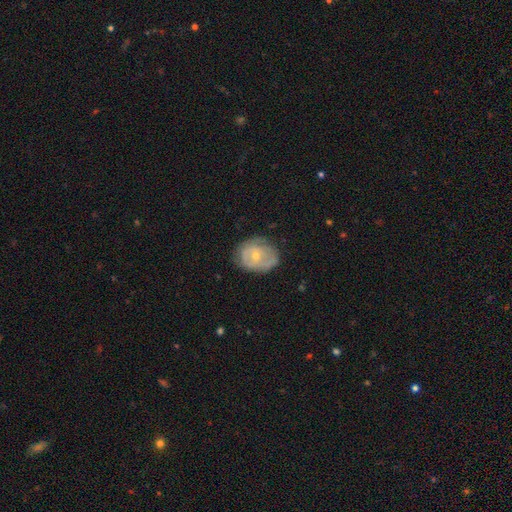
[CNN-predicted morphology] Smooth or featured? Predicted: featured or disk (p=0.50). Merging? Predicted: none (p=0.60).